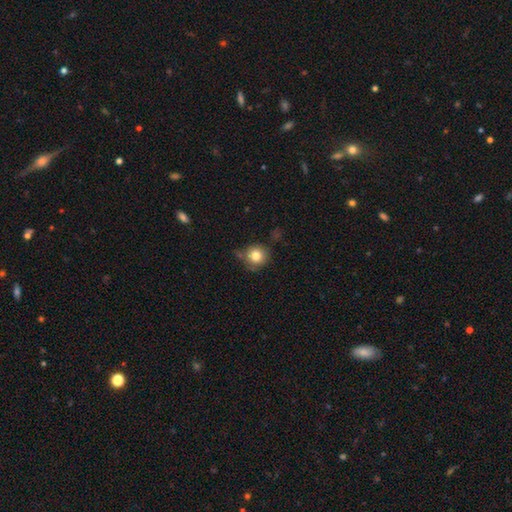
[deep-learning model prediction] Overall: smooth (80%). How rounded: round (91%). Merging: none (71%).